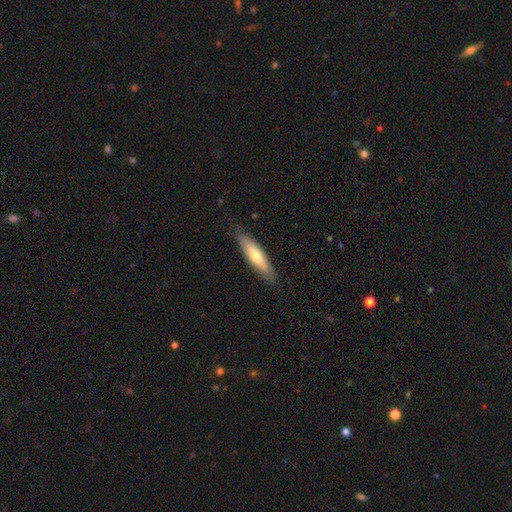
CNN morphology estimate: Smooth or featured?
  - smooth: 61% *
  - featured or disk: 33%
  - star or artifact: 5%
How rounded?
  - cigar-shaped: 76% *
  - in between: 23%
  - round: 1%
Merging?
  - none: 83% *
  - minor disturbance: 14%
  - major disturbance: 2%
  - merger: 1%